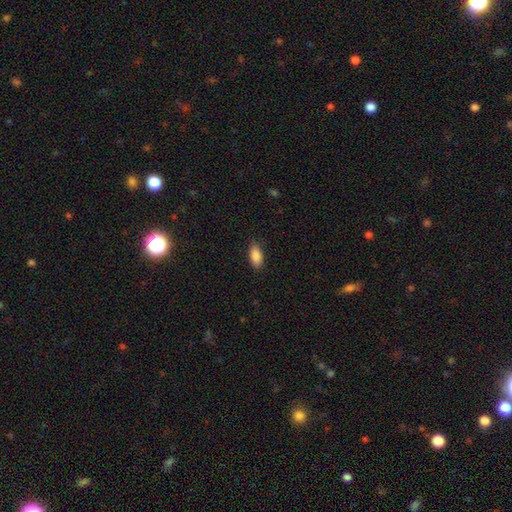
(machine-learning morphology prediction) smooth_or_featured: smooth (p=0.88) [alt: star or artifact p=0.07]
how_rounded: in between (p=0.88) [alt: cigar-shaped p=0.09]
merging: none (p=0.85) [alt: minor disturbance p=0.11]